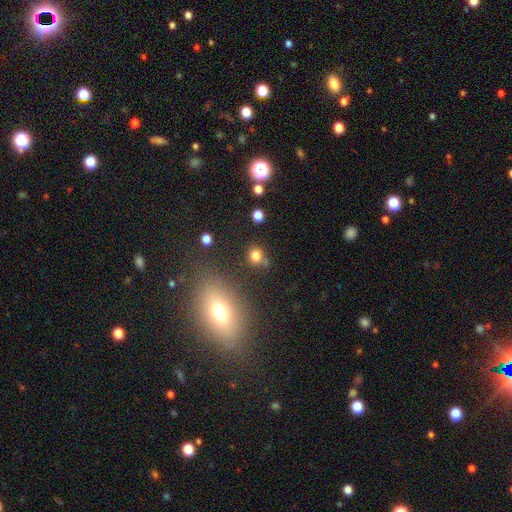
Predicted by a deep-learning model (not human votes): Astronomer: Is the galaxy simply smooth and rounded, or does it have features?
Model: smooth — 78%.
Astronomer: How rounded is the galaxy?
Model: round — 77%.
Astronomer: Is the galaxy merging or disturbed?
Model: none — 69%.